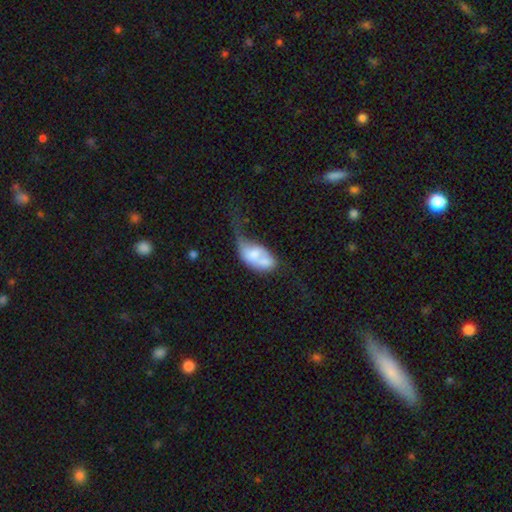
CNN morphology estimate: Smooth or featured: smooth — 59% (featured or disk — 34%)
How rounded: in between — 87% (round — 10%)
Merging: merger — 40% (major disturbance — 32%)